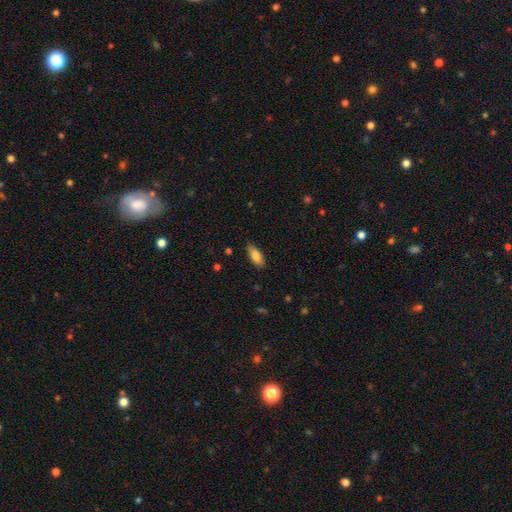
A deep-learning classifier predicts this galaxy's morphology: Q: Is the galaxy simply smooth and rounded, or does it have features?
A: smooth — 84%.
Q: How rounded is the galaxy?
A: in between — 80%.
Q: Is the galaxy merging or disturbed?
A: none — 86%.